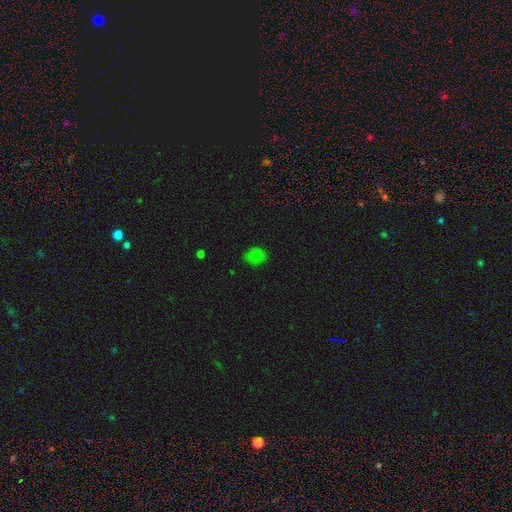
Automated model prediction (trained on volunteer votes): smooth_or_featured: smooth (p=0.75) [alt: star or artifact p=0.20]
how_rounded: in between (p=0.55) [alt: round p=0.43]
merging: none (p=0.79) [alt: minor disturbance p=0.16]